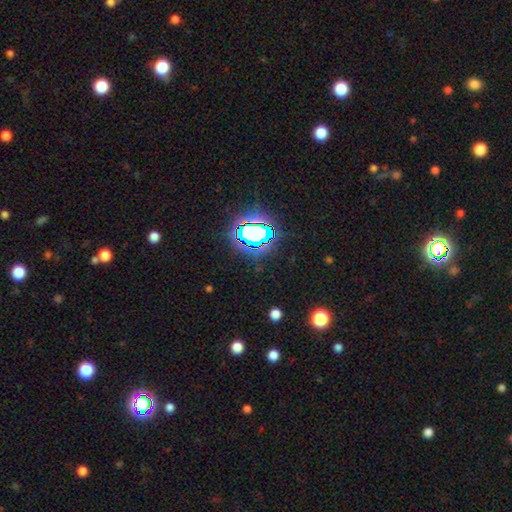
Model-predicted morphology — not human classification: Overall: star or artifact (79%).